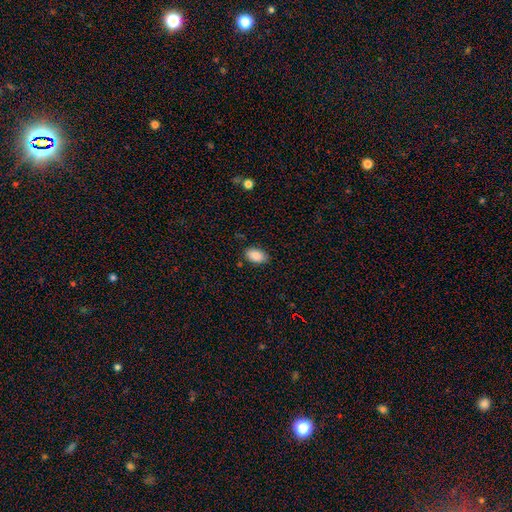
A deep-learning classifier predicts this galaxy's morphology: Smooth or featured? smooth (88%)
How rounded? in between (93%)
Merging? none (82%)